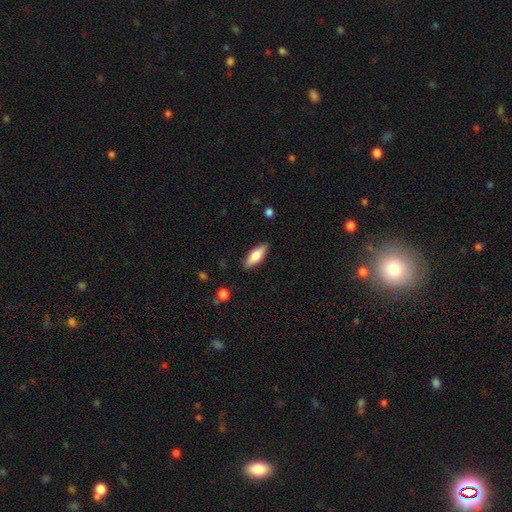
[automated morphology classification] Smooth or featured: smooth — 69% (featured or disk — 25%)
How rounded: in between — 64% (cigar-shaped — 34%)
Merging: none — 86% (minor disturbance — 10%)